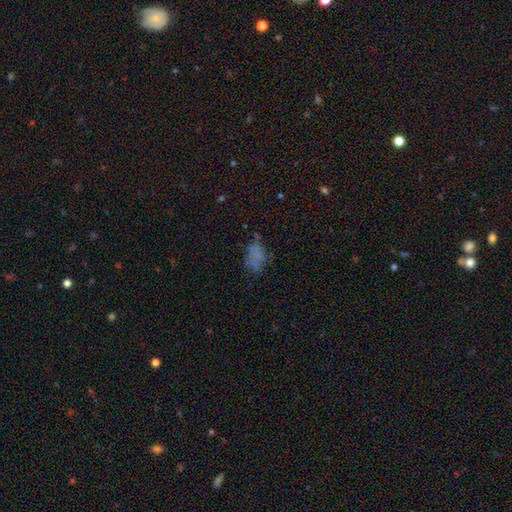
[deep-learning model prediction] Smooth or featured?
  - smooth: 63% *
  - featured or disk: 20%
  - star or artifact: 17%
How rounded?
  - in between: 84% *
  - round: 13%
  - cigar-shaped: 3%
Merging?
  - none: 54% *
  - minor disturbance: 23%
  - major disturbance: 16%
  - merger: 6%